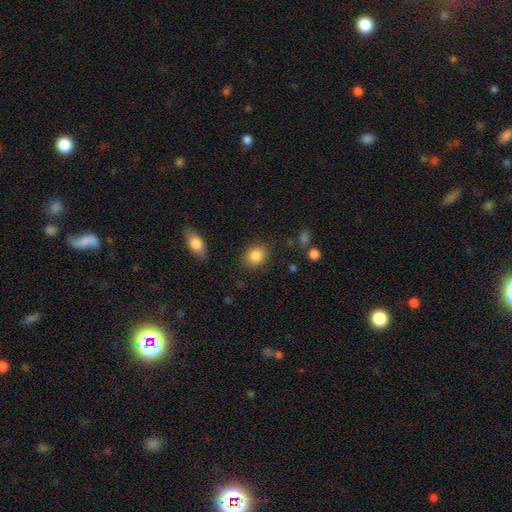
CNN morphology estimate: Smooth or featured? Predicted: smooth (p=0.86). How rounded? Predicted: round (p=0.61). Merging? Predicted: none (p=0.84).